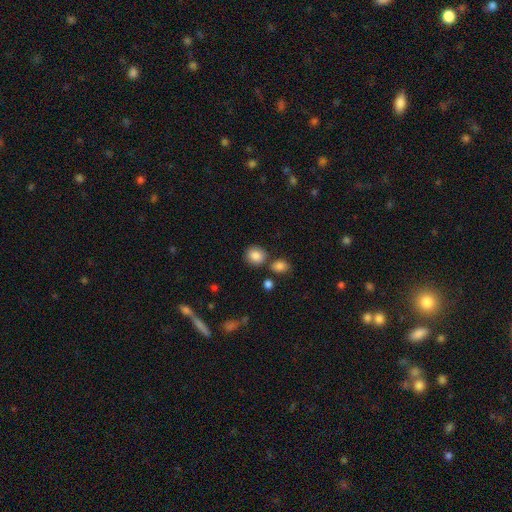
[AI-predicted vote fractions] Smooth or featured? Predicted: smooth (p=0.86). How rounded? Predicted: round (p=0.79). Merging? Predicted: none (p=0.76).